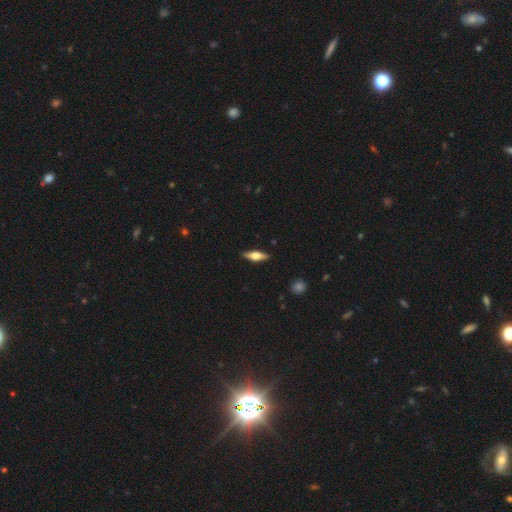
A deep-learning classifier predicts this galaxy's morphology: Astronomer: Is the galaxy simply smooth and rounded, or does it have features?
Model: featured or disk — 52% (runner-up: smooth, 42%).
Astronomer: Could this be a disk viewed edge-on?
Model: yes — 94%.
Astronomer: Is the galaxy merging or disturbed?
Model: none — 89%.